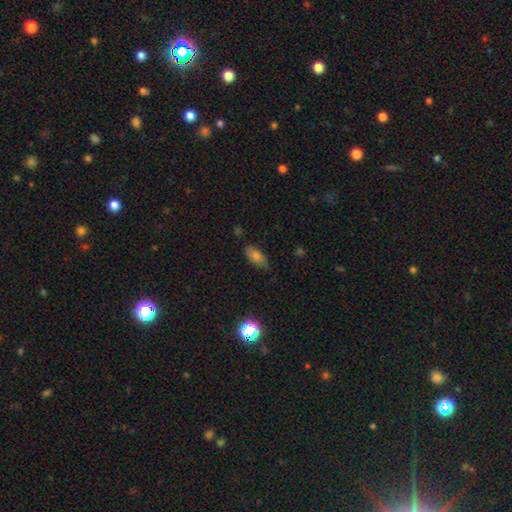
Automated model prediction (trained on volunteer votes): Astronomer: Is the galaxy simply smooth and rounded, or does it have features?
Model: smooth — 73%.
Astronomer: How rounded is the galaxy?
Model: in between — 87%.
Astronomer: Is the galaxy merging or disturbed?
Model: none — 76%.